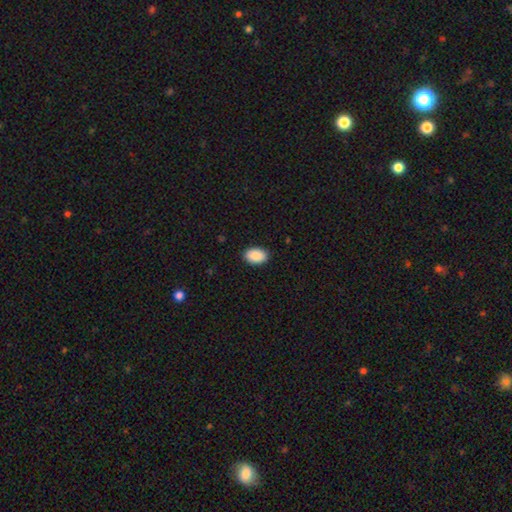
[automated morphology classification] Smooth or featured? Predicted: smooth (p=0.90). How rounded? Predicted: in between (p=0.90). Merging? Predicted: none (p=0.90).